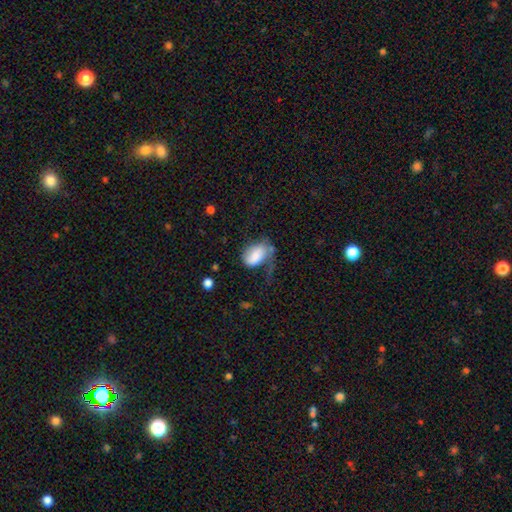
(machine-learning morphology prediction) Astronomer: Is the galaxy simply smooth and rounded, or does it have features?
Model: smooth — 67%.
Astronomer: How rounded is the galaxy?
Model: in between — 86%.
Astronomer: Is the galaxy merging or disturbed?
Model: major disturbance — 37% (runner-up: none, 29%).